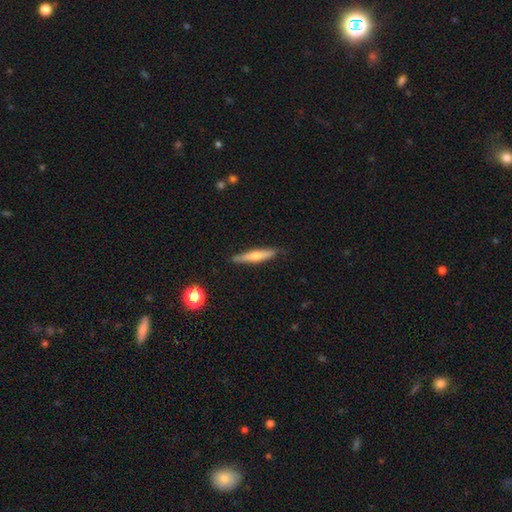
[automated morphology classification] A featured or disk galaxy (48%). Merging: none (86%).